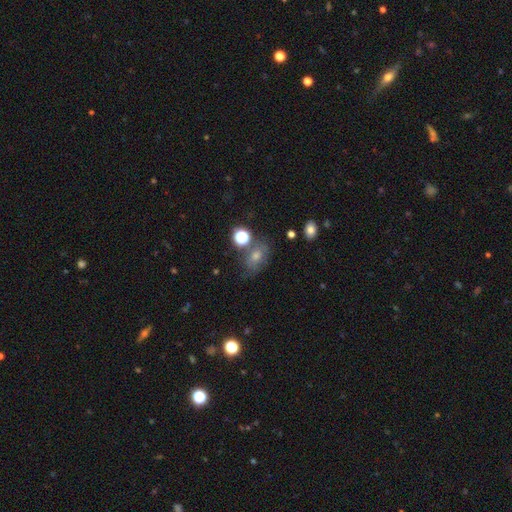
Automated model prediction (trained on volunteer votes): Q: Smooth or featured?
A: smooth (55%); runner-up: featured or disk (25%)
Q: How rounded?
A: in between (68%); runner-up: round (30%)
Q: Merging?
A: none (54%); runner-up: minor disturbance (23%)